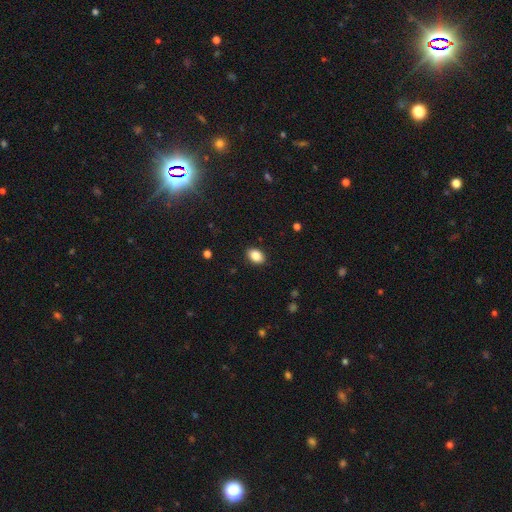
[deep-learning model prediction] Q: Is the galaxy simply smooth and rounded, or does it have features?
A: smooth — 85%.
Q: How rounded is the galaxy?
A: in between — 79%.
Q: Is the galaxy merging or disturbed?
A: none — 89%.